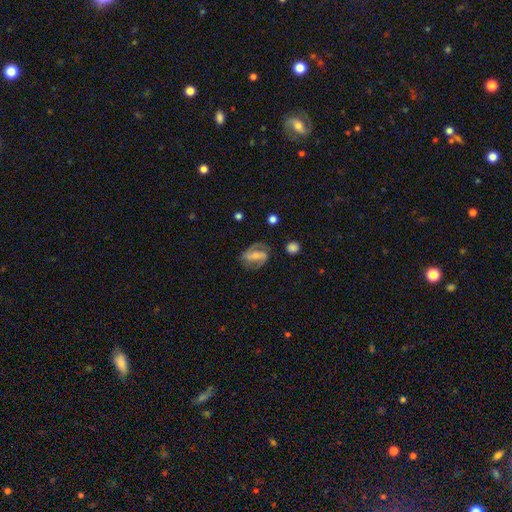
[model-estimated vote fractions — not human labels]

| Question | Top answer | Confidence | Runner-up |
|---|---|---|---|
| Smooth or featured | featured or disk | 73% | smooth (19%) |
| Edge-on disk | no | 96% | yes (4%) |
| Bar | strong | 39% | weak (37%) |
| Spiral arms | yes | 90% | no (10%) |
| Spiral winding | medium | 48% | loose (30%) |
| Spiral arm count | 2 | 85% | can't tell (7%) |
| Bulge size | small | 41% | moderate (30%) |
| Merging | none | 68% | minor disturbance (19%) |